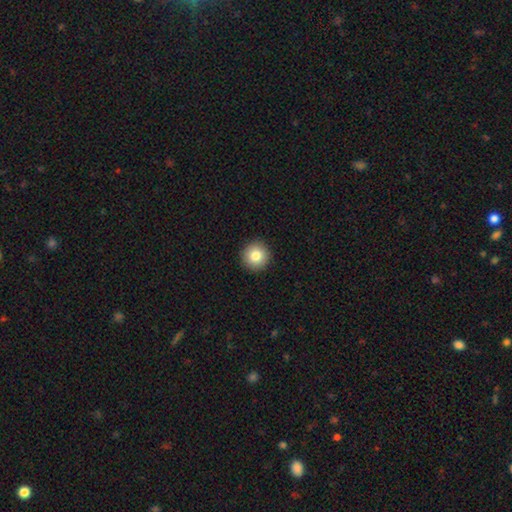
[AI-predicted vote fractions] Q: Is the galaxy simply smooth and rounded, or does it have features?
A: smooth — 81%.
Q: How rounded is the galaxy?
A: round — 95%.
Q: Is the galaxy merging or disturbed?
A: none — 93%.